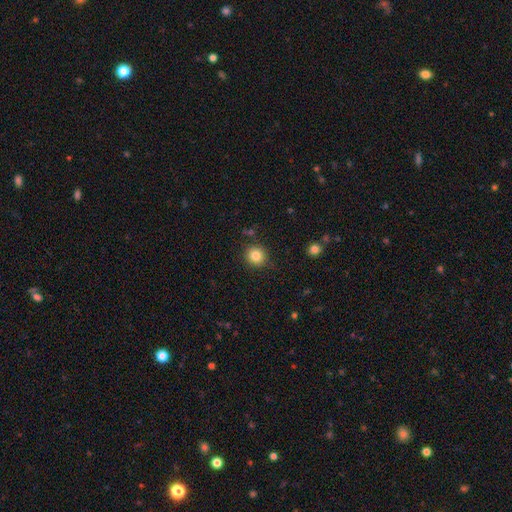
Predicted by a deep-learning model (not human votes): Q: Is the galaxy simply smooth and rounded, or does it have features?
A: smooth — 84%.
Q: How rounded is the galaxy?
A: round — 91%.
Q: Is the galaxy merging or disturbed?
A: none — 85%.